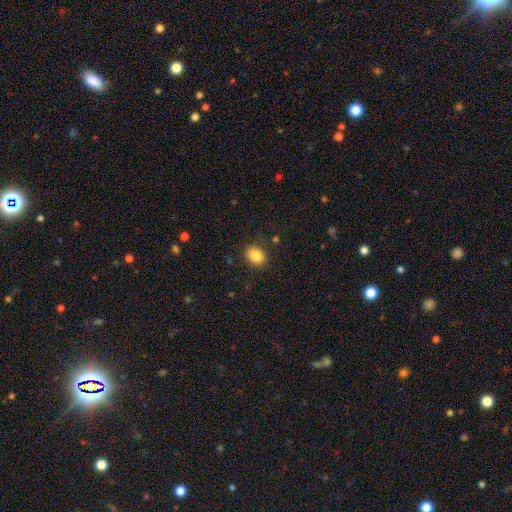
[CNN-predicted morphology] Overall: smooth (85%). How rounded: in between (54%; round 45%). Merging: none (86%).